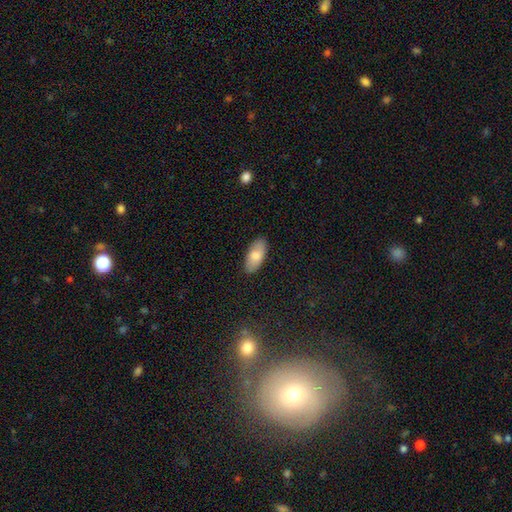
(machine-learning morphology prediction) A smooth galaxy with no disk features (80%) that is in between round and cigar-shaped (90%).

Vote fractions:
- Smooth or featured? smooth: 80% / featured or disk: 14% / star or artifact: 6%
- How rounded? in between: 90% / cigar-shaped: 7% / round: 2%
- Merging? none: 88% / minor disturbance: 9% / major disturbance: 2% / merger: 1%